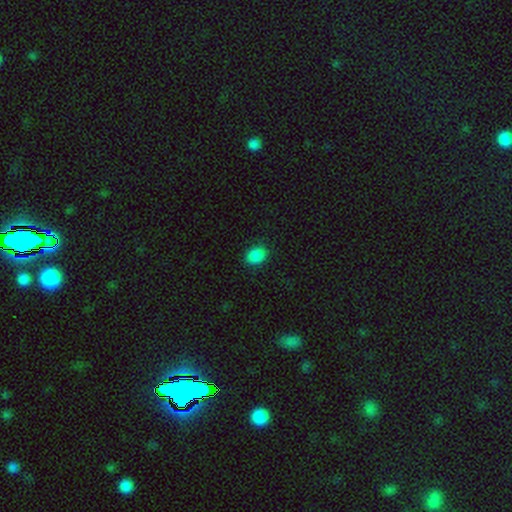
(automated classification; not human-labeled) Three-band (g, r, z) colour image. It shows a smooth galaxy with no disk features (88%) that is in between round and cigar-shaped (72%). Merging: none (87%).